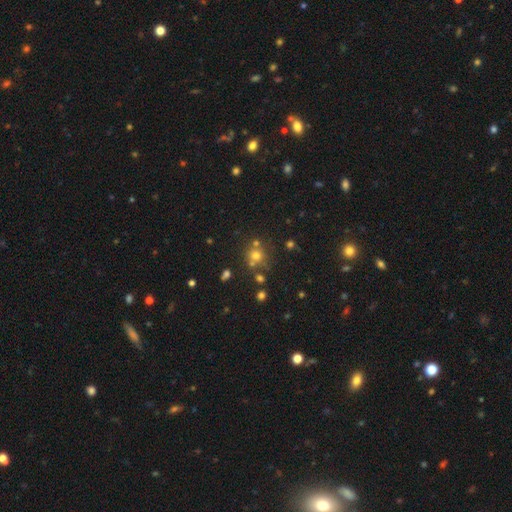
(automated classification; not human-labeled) This appears to be a smooth galaxy with no disk features (61%) that is round (87%). Merging: none (65%).